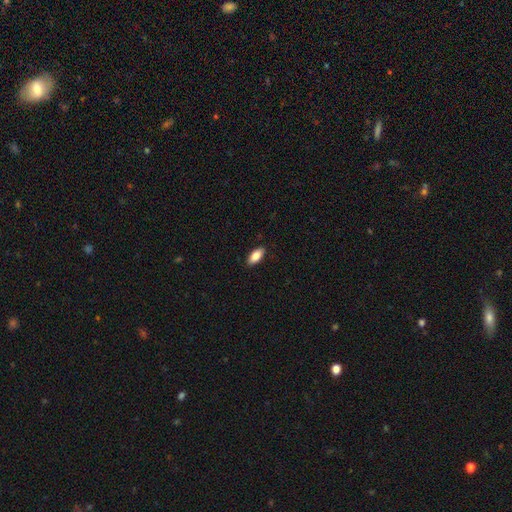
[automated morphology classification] smooth-or-featured: smooth: 85% | featured or disk: 8% | star or artifact: 6%
  how-rounded: in between: 88% | cigar-shaped: 9% | round: 2%
  merging: none: 89% | minor disturbance: 8% | major disturbance: 2% | merger: 1%